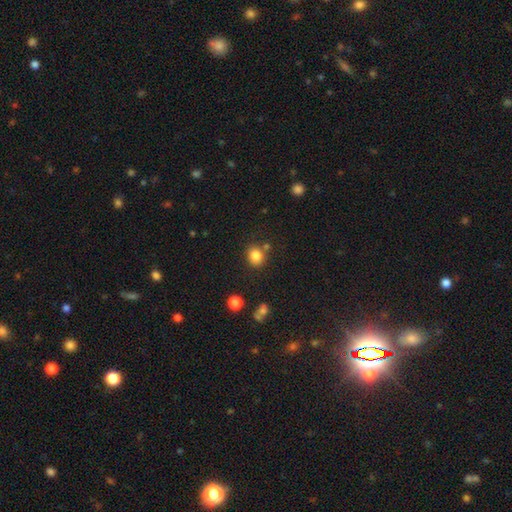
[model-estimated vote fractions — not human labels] Q: Smooth or featured?
A: smooth (83%); runner-up: star or artifact (11%)
Q: How rounded?
A: round (71%); runner-up: in between (28%)
Q: Merging?
A: none (77%); runner-up: minor disturbance (11%)